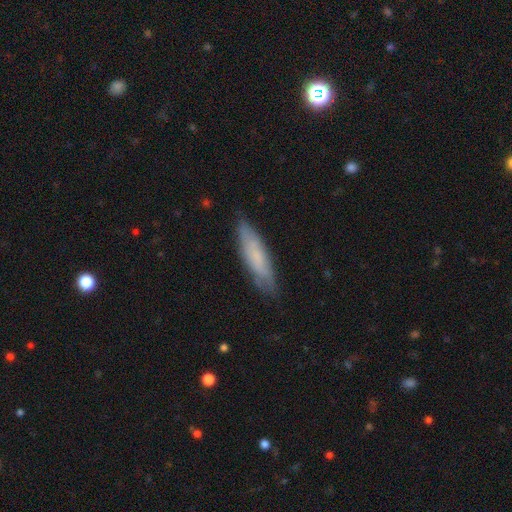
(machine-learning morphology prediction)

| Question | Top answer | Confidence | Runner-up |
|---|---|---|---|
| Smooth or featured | smooth | 63% | featured or disk (30%) |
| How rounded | cigar-shaped | 71% | in between (28%) |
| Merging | none | 81% | minor disturbance (15%) |